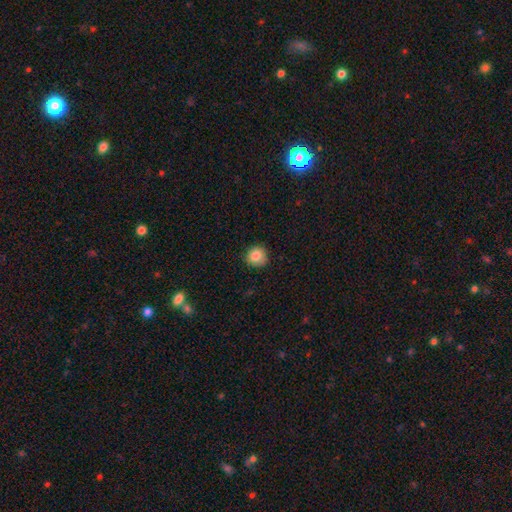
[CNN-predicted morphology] Overall: smooth (84%). How rounded: round (91%). Merging: none (84%).